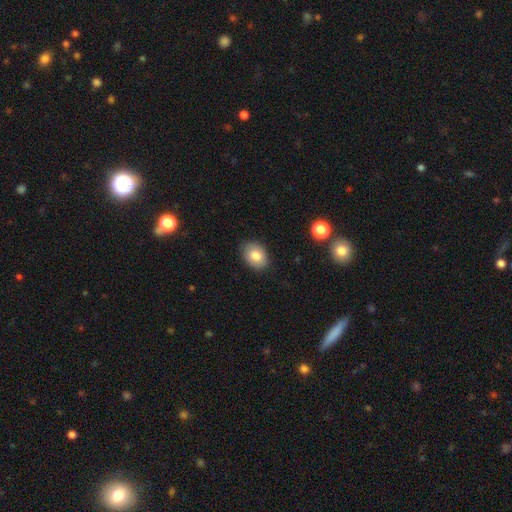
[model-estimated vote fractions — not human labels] Smooth or featured? Predicted: smooth (p=0.82). How rounded? Predicted: in between (p=0.72). Merging? Predicted: none (p=0.84).